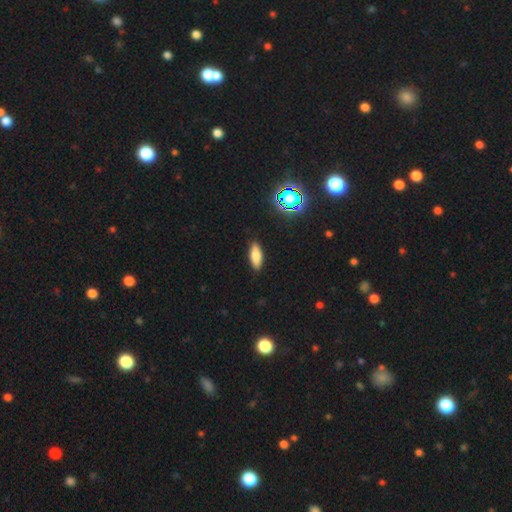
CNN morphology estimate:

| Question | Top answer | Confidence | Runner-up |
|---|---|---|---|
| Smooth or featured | smooth | 76% | featured or disk (13%) |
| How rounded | in between | 70% | cigar-shaped (28%) |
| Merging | none | 88% | minor disturbance (9%) |